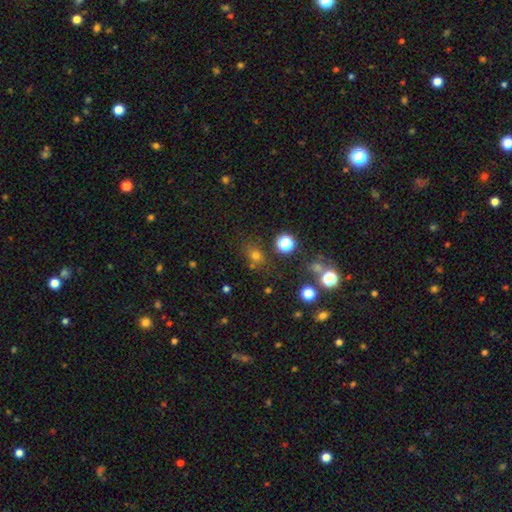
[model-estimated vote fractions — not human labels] This appears to be a smooth galaxy with no disk features (62%) that is round (67%). Merging: none (71%).